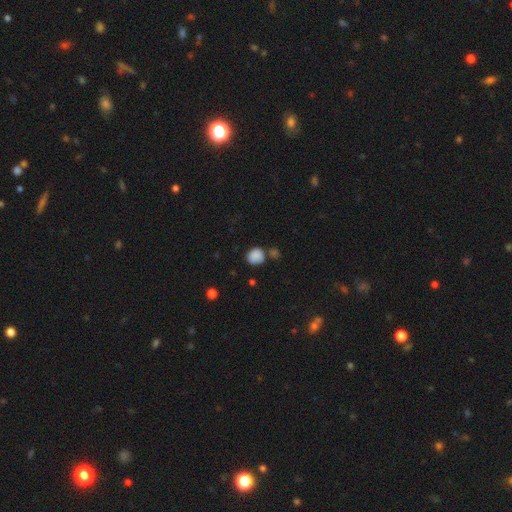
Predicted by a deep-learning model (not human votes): smooth_or_featured: smooth (p=0.84) [alt: star or artifact p=0.10]
how_rounded: round (p=0.79) [alt: in between p=0.20]
merging: none (p=0.62) [alt: minor disturbance p=0.18]